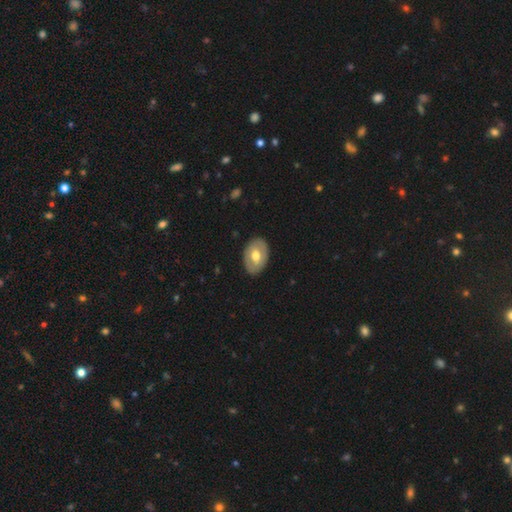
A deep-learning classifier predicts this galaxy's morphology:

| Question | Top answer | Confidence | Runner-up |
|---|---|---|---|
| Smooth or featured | smooth | 53% | featured or disk (42%) |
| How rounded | in between | 82% | round (17%) |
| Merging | none | 86% | minor disturbance (10%) |